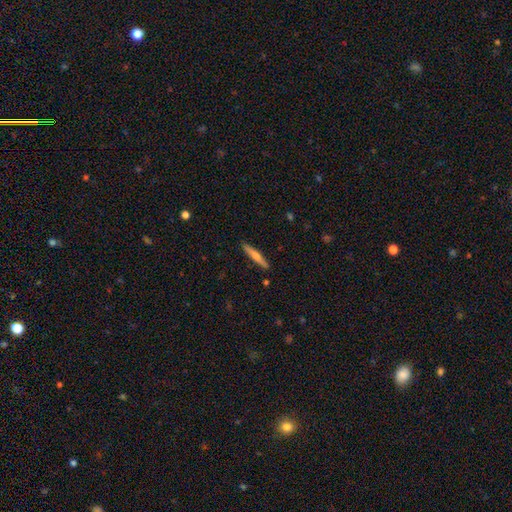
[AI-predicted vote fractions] smooth_or_featured: featured or disk (p=0.48) [alt: smooth p=0.47]
merging: none (p=0.90) [alt: minor disturbance p=0.07]